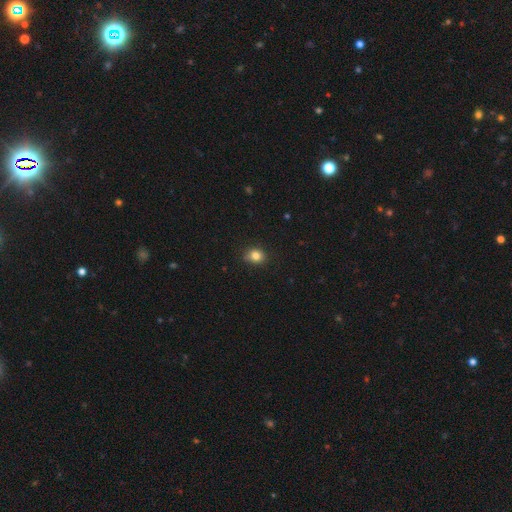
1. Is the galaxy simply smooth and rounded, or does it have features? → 90% smooth, 8% star or artifact, 2% featured or disk.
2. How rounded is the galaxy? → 72% round, 28% in between, 0% cigar-shaped.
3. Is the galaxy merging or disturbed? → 84% none, 14% minor disturbance, 3% major disturbance, 0% merger.